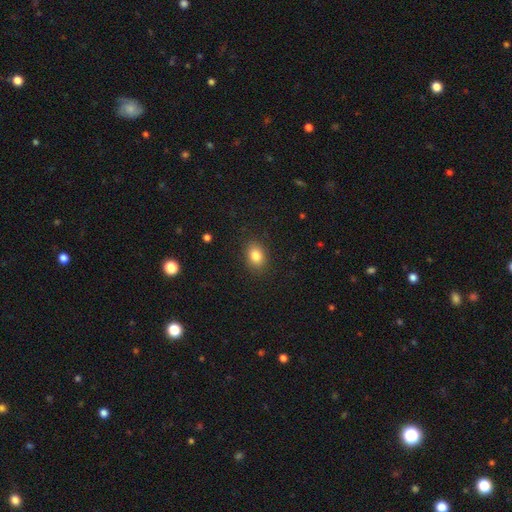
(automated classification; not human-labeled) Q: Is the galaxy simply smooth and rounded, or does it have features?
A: smooth — 83%.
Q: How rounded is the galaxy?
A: in between — 69%.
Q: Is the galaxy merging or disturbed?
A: none — 88%.